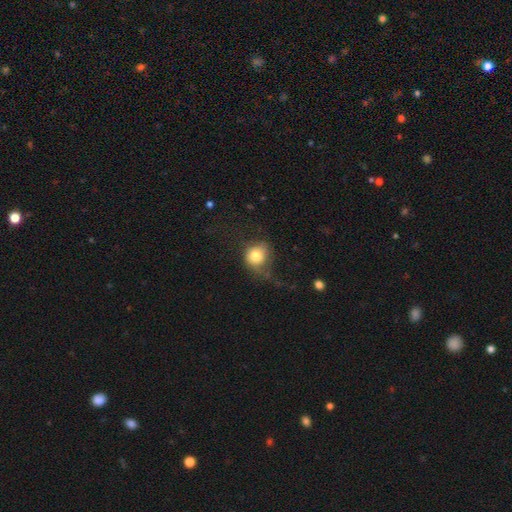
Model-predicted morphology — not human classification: Smooth or featured? smooth (78%)
How rounded? round (73%)
Merging? none (42%)